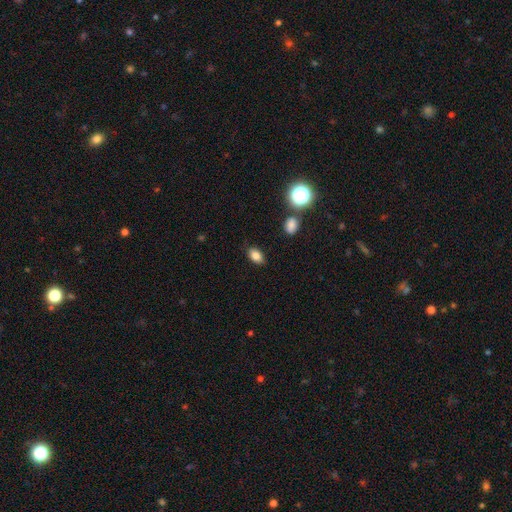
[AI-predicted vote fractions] A smooth galaxy with no disk features (82%) that is in between round and cigar-shaped (88%).

Vote fractions:
- Smooth or featured? smooth: 82% / star or artifact: 10% / featured or disk: 7%
- How rounded? in between: 88% / round: 10% / cigar-shaped: 2%
- Merging? none: 85% / minor disturbance: 11% / major disturbance: 2% / merger: 2%